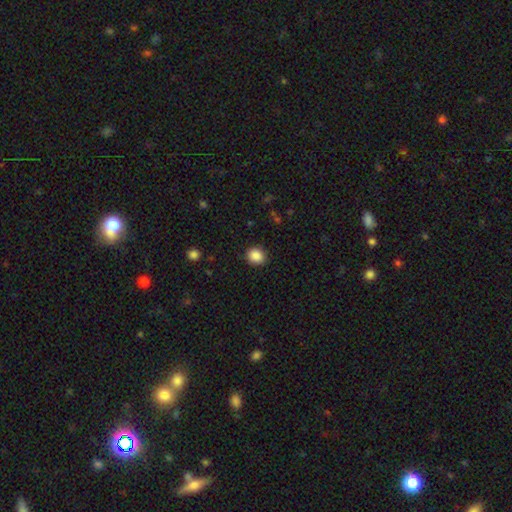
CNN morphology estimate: Smooth or featured?
  - smooth: 88% *
  - star or artifact: 9%
  - featured or disk: 3%
How rounded?
  - round: 72% *
  - in between: 27%
  - cigar-shaped: 1%
Merging?
  - none: 89% *
  - minor disturbance: 7%
  - major disturbance: 2%
  - merger: 1%